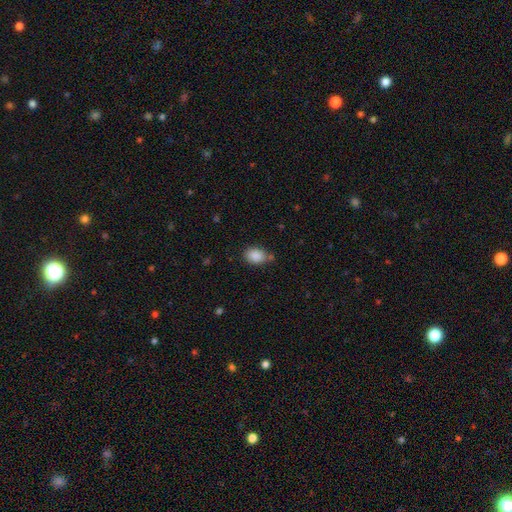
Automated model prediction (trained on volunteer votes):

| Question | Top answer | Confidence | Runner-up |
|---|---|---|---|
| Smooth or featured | smooth | 88% | star or artifact (8%) |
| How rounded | in between | 75% | round (24%) |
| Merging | none | 71% | minor disturbance (19%) |